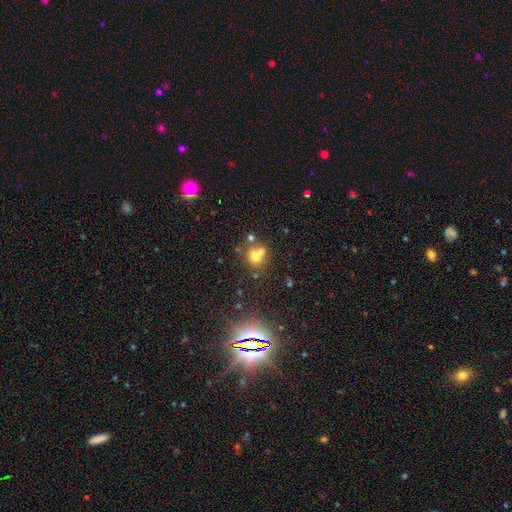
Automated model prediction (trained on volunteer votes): Smooth or featured? smooth (64%)
How rounded? round (72%)
Merging? merger (44%)